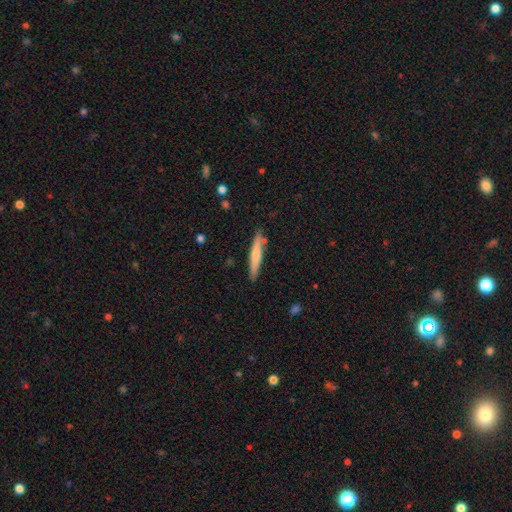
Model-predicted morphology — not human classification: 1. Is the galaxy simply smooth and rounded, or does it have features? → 63% smooth, 32% featured or disk, 5% star or artifact.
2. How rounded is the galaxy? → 93% cigar-shaped, 6% in between, 1% round.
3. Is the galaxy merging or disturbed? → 83% none, 11% minor disturbance, 4% merger, 2% major disturbance.